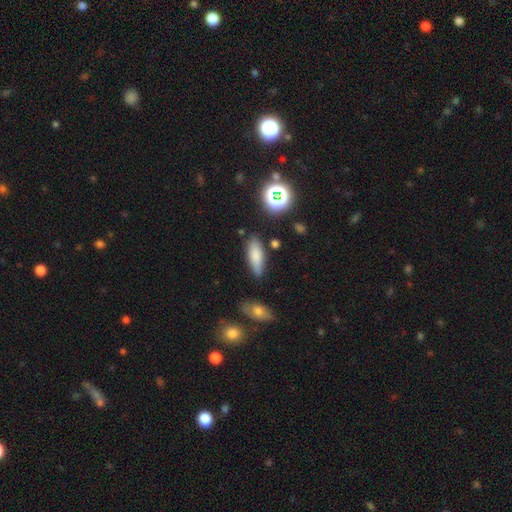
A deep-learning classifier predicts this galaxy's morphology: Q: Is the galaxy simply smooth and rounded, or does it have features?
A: smooth — 75%.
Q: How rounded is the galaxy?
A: in between — 56%.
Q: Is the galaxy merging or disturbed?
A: none — 79%.